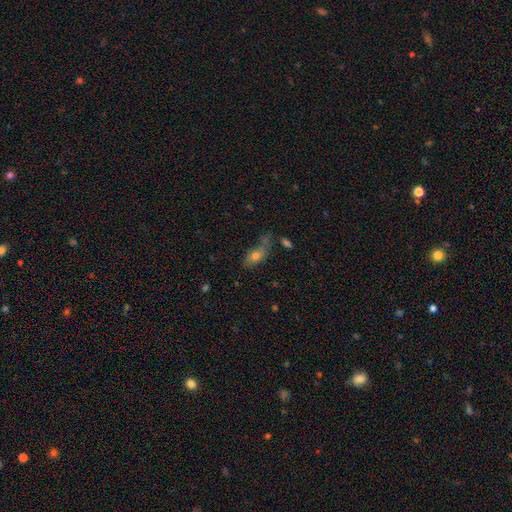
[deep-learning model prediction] Smooth or featured? Predicted: smooth (p=0.68). How rounded? Predicted: in between (p=0.74). Merging? Predicted: none (p=0.46).